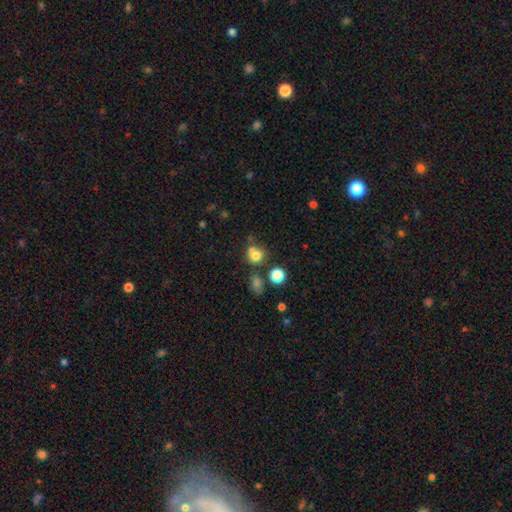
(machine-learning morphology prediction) This is likely a smooth galaxy (74%). How rounded: likely round (78%). Merging: possibly none (49%).